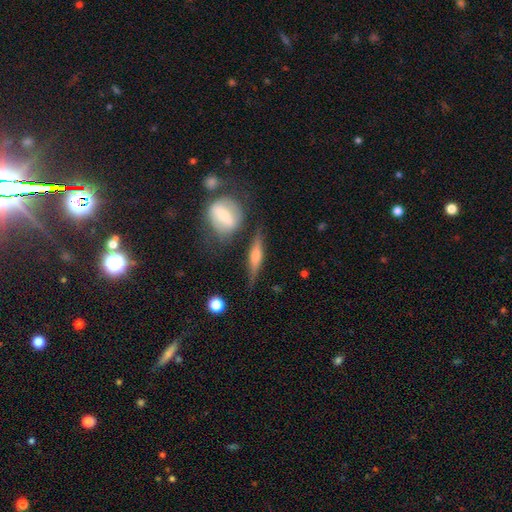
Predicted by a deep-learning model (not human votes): This is likely a featured or disk galaxy (64%). It is clearly viewed edge-on (92%). Edge-on bulge: clearly rounded (80%). Merging: likely none (74%).